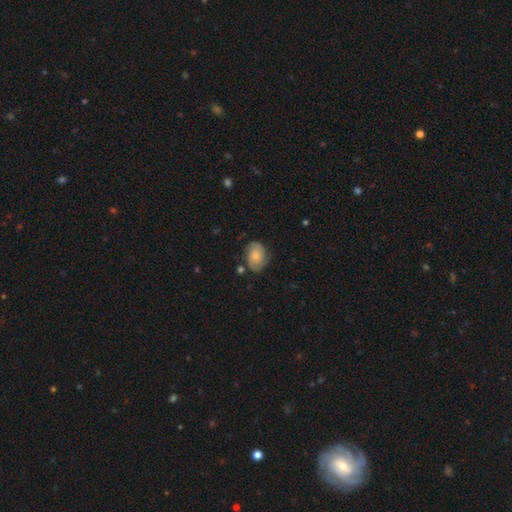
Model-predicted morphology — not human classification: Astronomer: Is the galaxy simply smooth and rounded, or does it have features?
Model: featured or disk — 62%.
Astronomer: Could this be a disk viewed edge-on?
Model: no — 97%.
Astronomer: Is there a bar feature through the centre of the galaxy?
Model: no — 73%.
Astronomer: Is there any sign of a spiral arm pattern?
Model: yes — 92%.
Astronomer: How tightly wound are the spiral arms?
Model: tight — 47% (runner-up: medium, 39%).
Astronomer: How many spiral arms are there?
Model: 2 — 82%.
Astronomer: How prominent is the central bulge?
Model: small — 45% (runner-up: moderate, 31%).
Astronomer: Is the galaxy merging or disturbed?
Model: none — 72%.